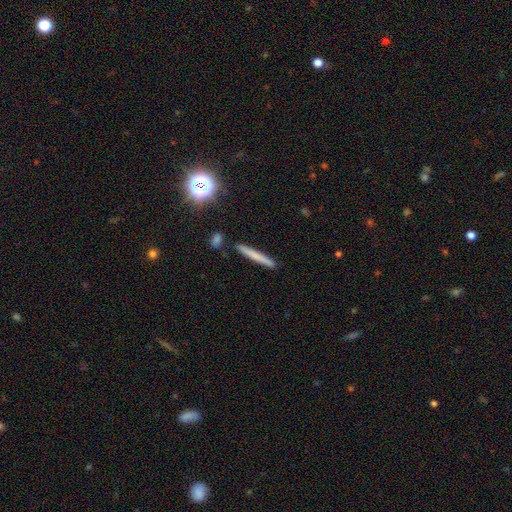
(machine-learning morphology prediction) Smooth or featured?
  - smooth: 65% *
  - featured or disk: 25%
  - star or artifact: 10%
How rounded?
  - cigar-shaped: 95% *
  - in between: 3%
  - round: 2%
Merging?
  - none: 88% *
  - minor disturbance: 7%
  - merger: 3%
  - major disturbance: 2%